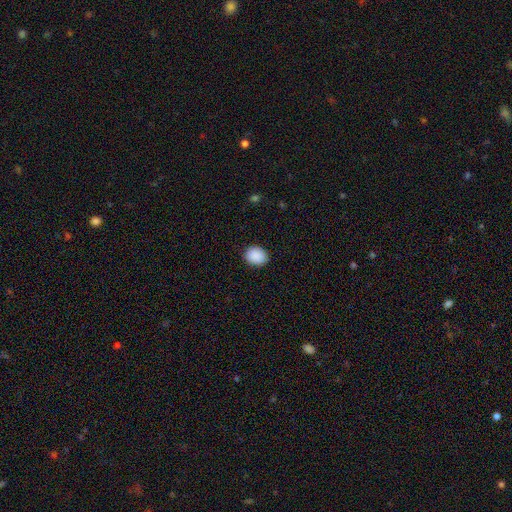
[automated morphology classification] smooth_or_featured: smooth (p=0.90) [alt: star or artifact p=0.07]
how_rounded: round (p=0.52) [alt: in between p=0.47]
merging: none (p=0.89) [alt: minor disturbance p=0.08]